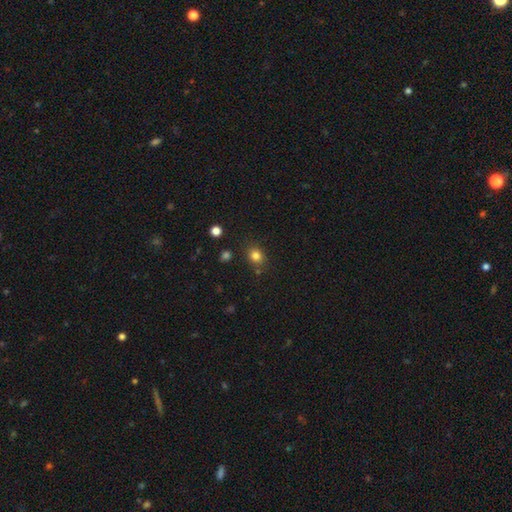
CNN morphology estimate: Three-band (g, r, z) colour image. It shows a smooth galaxy with no disk features (82%) that is round (67%). Merging: none (80%).